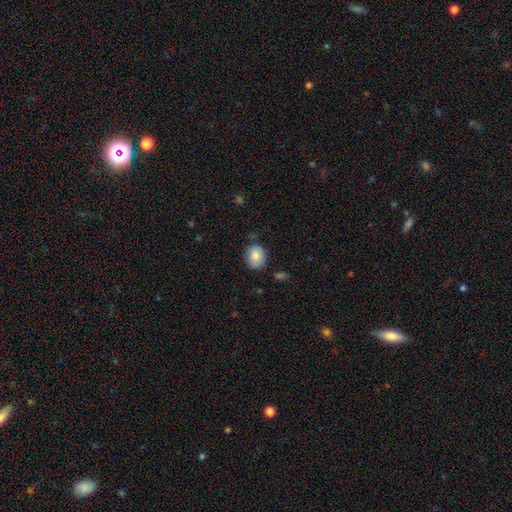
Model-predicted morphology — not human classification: Smooth or featured? smooth (83%)
How rounded? in between (55%)
Merging? none (76%)